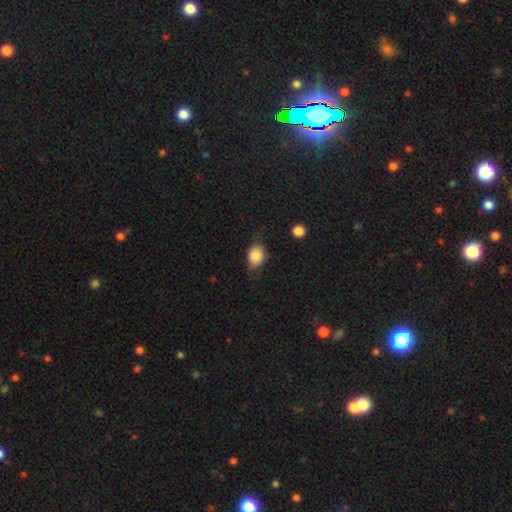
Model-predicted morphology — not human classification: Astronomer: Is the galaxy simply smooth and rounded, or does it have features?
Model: smooth — 83%.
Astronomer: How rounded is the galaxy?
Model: in between — 64%.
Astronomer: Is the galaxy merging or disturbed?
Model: none — 66%.